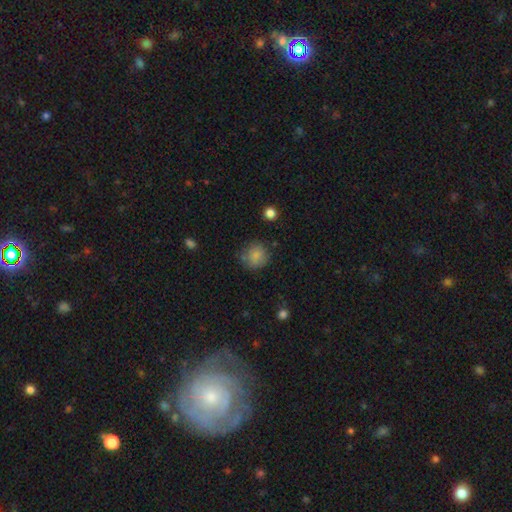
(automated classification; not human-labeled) A smooth galaxy with no disk features (82%) that is round (87%).

Vote fractions:
- Smooth or featured? smooth: 82% / star or artifact: 10% / featured or disk: 8%
- How rounded? round: 87% / in between: 12% / cigar-shaped: 1%
- Merging? none: 74% / minor disturbance: 18% / major disturbance: 6% / merger: 3%